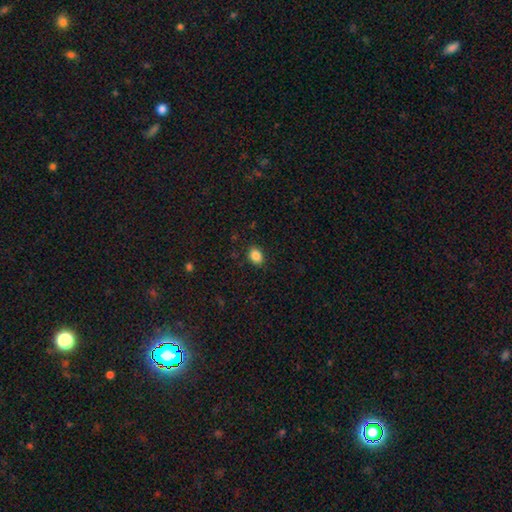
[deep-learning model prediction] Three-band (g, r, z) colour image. It shows a smooth galaxy with no disk features (87%) that is in between round and cigar-shaped (66%). Merging: none (88%).